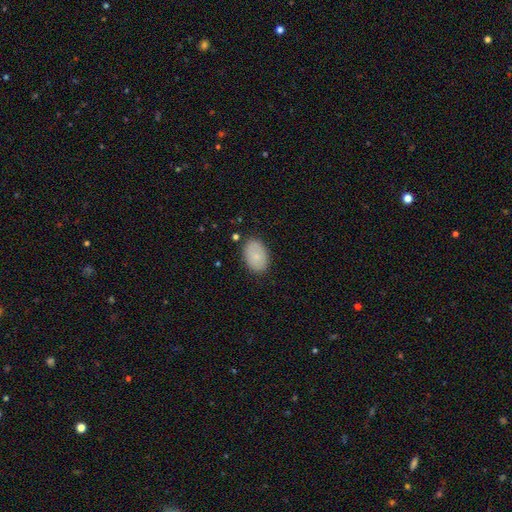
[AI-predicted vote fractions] A smooth galaxy with no disk features (80%) that is in between round and cigar-shaped (86%).

Vote fractions:
- Smooth or featured? smooth: 80% / featured or disk: 13% / star or artifact: 7%
- How rounded? in between: 86% / round: 13% / cigar-shaped: 1%
- Merging? none: 84% / minor disturbance: 12% / major disturbance: 3% / merger: 2%